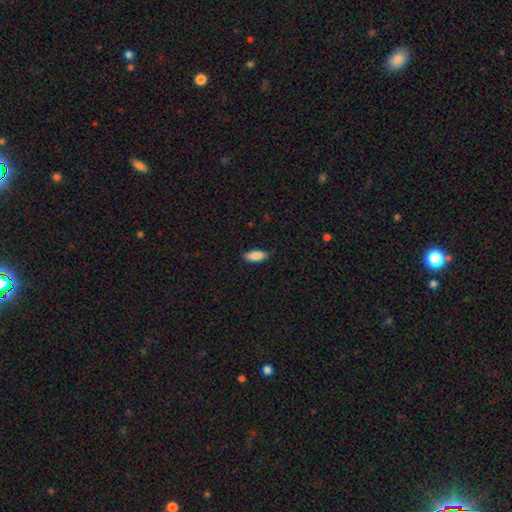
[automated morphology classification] smooth 88%, star or artifact 6%, featured or disk 6%. Down the decision tree: how rounded — in between (78%); merging — none (87%).